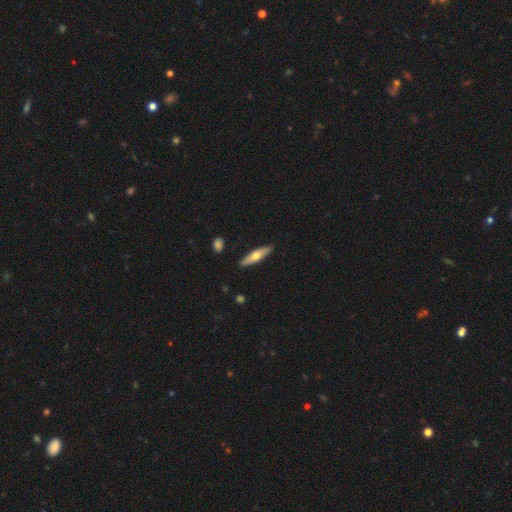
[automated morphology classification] The model was most divided on "smooth or featured": smooth: 52%, featured or disk: 42%, star or artifact: 5%. More confident: merging — none (89%); how rounded — cigar-shaped (71%).